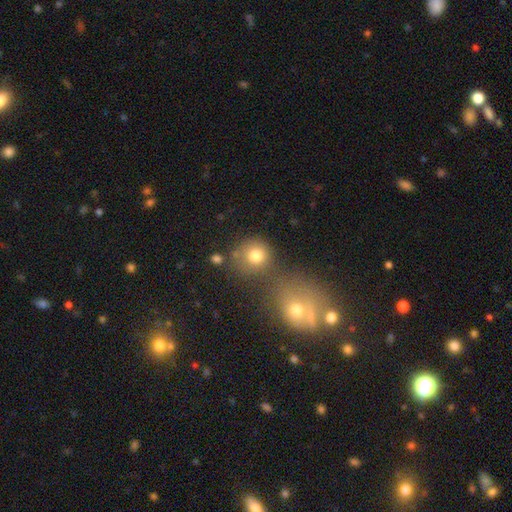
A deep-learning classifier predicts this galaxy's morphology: Smooth or featured? Predicted: smooth (p=0.78). How rounded? Predicted: round (p=0.87). Merging? Predicted: none (p=0.58).